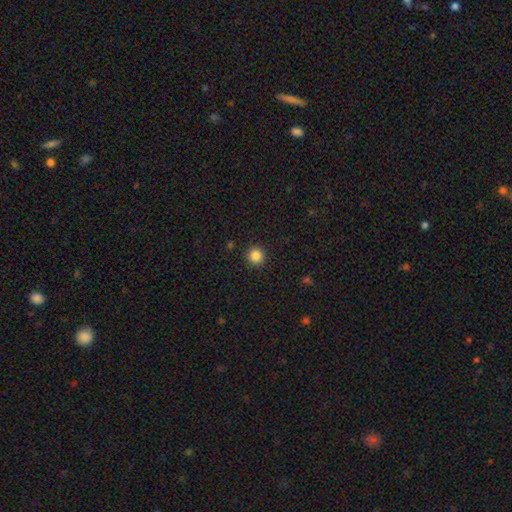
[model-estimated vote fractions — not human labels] Smooth or featured? Predicted: smooth (p=0.85). How rounded? Predicted: round (p=0.94). Merging? Predicted: none (p=0.92).